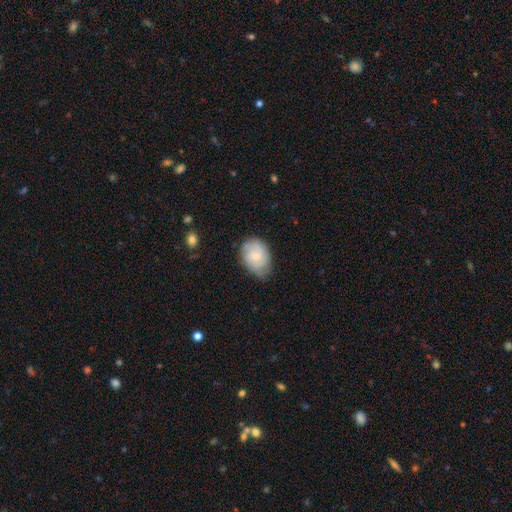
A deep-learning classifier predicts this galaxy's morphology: Overall: featured or disk (62%; smooth 32%). Edge-on disk: no (97%). Bar: no (69%). Spiral arms: yes (91%). Spiral arm count: 2 (37%; can't tell 27%). Spiral winding: tight (54%; medium 36%). Bulge size: small (64%; moderate 31%). Merging: none (73%).